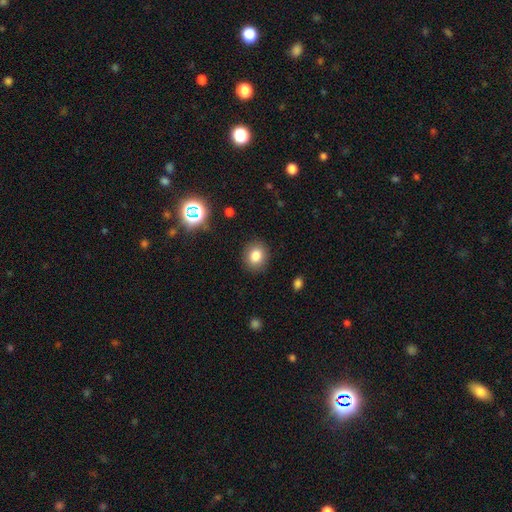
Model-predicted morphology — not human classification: The model was most divided on "how rounded": round: 70%, in between: 29%, cigar-shaped: 1%. More confident: merging — none (88%); smooth or featured — smooth (82%).